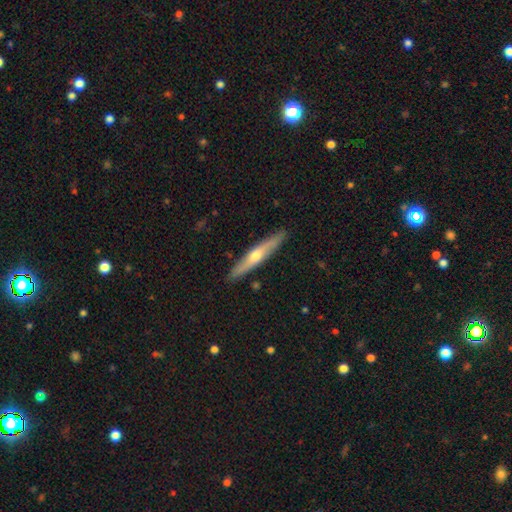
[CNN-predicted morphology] Smooth or featured? Predicted: featured or disk (p=0.62). Edge-on disk? Predicted: yes (p=0.94). Edge-on bulge? Predicted: rounded (p=0.86). Merging? Predicted: none (p=0.91).